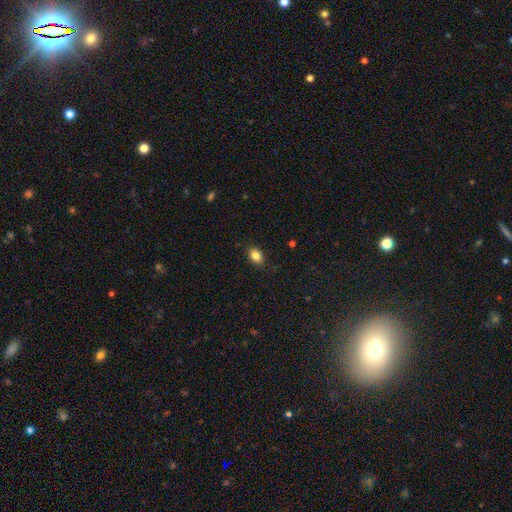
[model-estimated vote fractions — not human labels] A smooth galaxy with no disk features (85%) that is in between round and cigar-shaped (74%).

Vote fractions:
- Smooth or featured? smooth: 85% / star or artifact: 10% / featured or disk: 5%
- How rounded? in between: 74% / round: 24% / cigar-shaped: 1%
- Merging? none: 87% / minor disturbance: 10% / major disturbance: 2% / merger: 1%